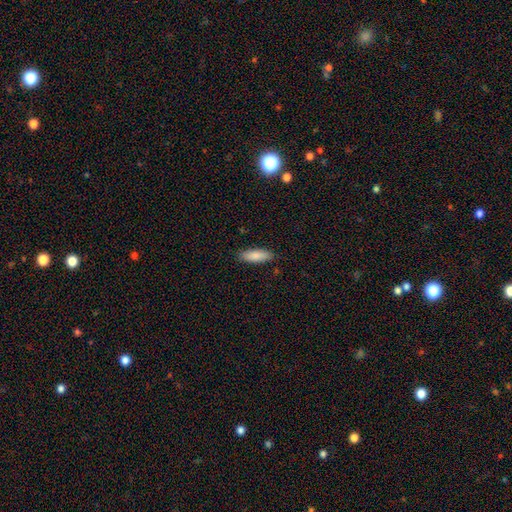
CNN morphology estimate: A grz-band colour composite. It shows a smooth galaxy with no disk features (87%) that is in between round and cigar-shaped (59%). Merging: none (87%).